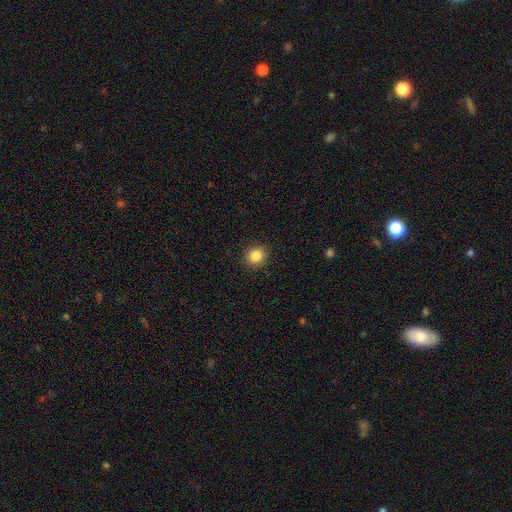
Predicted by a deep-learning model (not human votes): The model was most divided on "how rounded": round: 82%, in between: 17%, cigar-shaped: 1%. More confident: merging — none (90%); smooth or featured — smooth (85%).